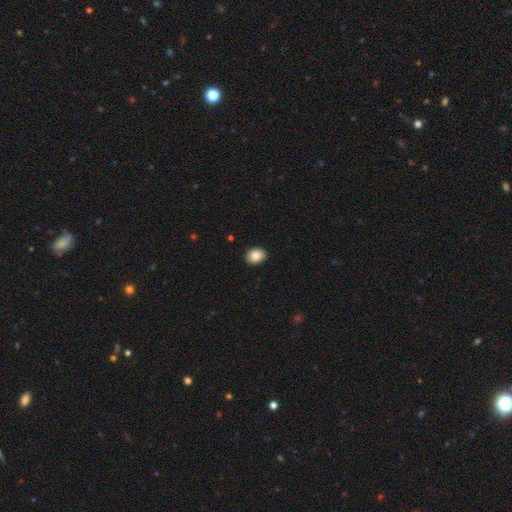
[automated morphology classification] This is clearly a smooth galaxy (87%). How rounded: possibly in between (52%). Merging: clearly none (91%).